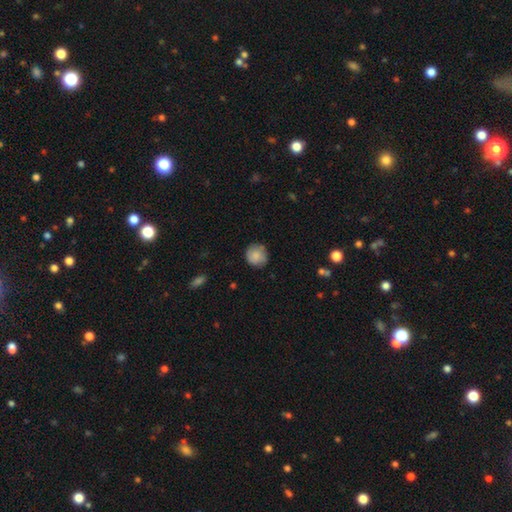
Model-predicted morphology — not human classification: Q: Smooth or featured?
A: smooth (84%); runner-up: featured or disk (9%)
Q: How rounded?
A: round (90%); runner-up: in between (9%)
Q: Merging?
A: none (79%); runner-up: minor disturbance (16%)